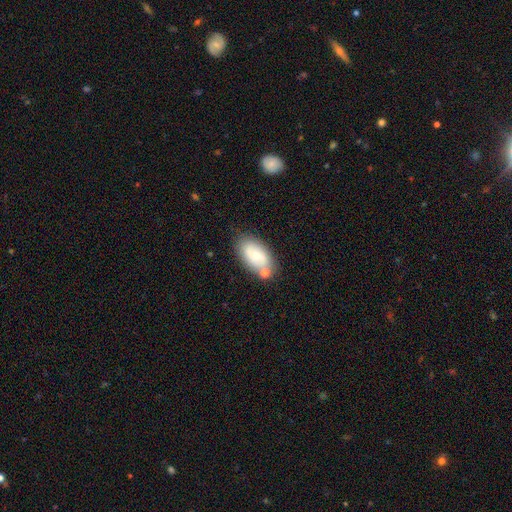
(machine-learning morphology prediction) smooth_or_featured: smooth (p=0.65) [alt: featured or disk p=0.27]
how_rounded: in between (p=0.92) [alt: round p=0.05]
merging: none (p=0.66) [alt: minor disturbance p=0.17]